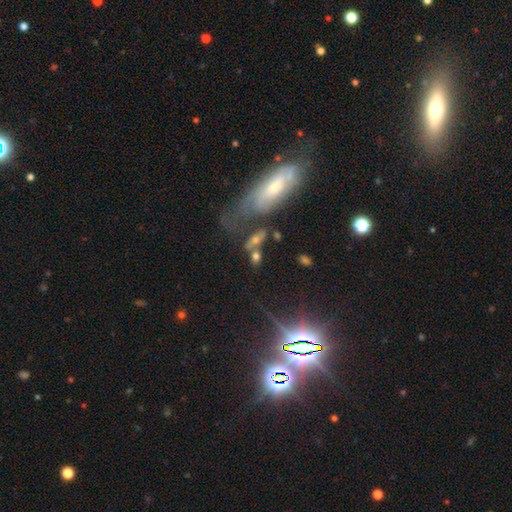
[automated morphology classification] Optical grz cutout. It shows a smooth galaxy with no disk features (45%). Merging: none (45%).